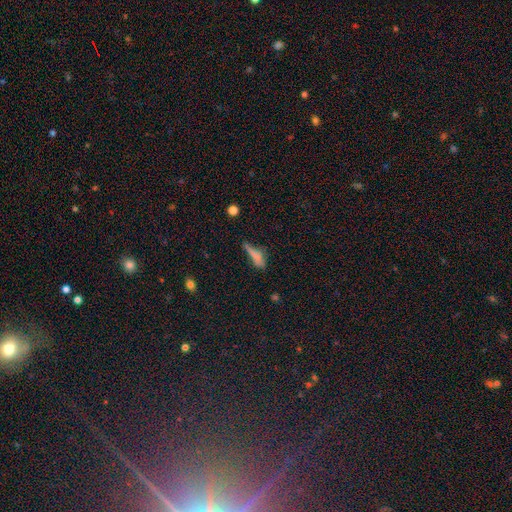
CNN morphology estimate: Smooth or featured?
  - smooth: 64% *
  - featured or disk: 21%
  - star or artifact: 14%
How rounded?
  - cigar-shaped: 64% *
  - in between: 32%
  - round: 5%
Merging?
  - none: 41% *
  - minor disturbance: 29%
  - major disturbance: 19%
  - merger: 11%